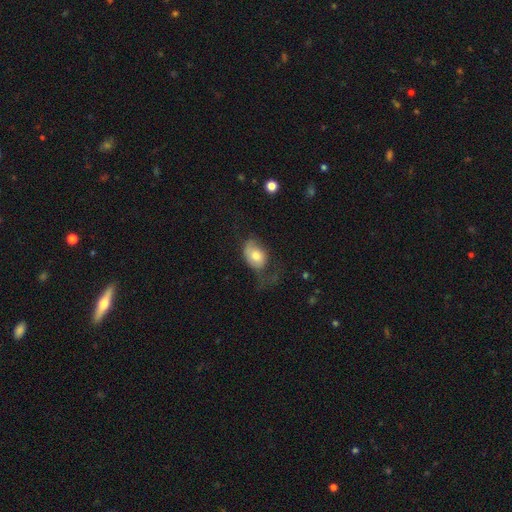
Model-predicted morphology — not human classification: A smooth galaxy with no disk features (68%) that is in between round and cigar-shaped (78%). Merging: major disturbance (39%).